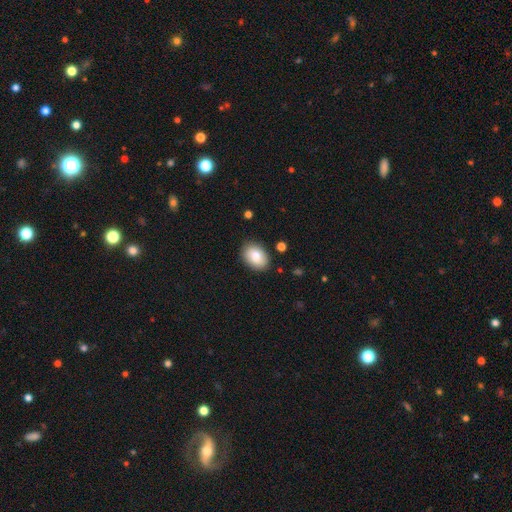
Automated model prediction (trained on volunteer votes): Overall: smooth (79%). How rounded: in between (80%). Merging: none (86%).